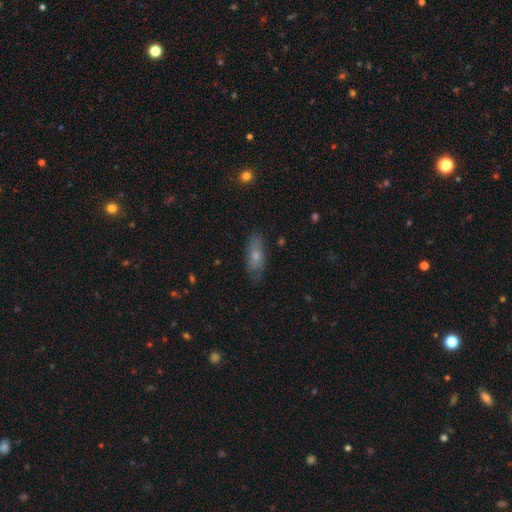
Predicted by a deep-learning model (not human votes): A smooth galaxy with no disk features (67%) that is in between round and cigar-shaped (71%).

Vote fractions:
- Smooth or featured? smooth: 67% / featured or disk: 25% / star or artifact: 8%
- How rounded? in between: 71% / cigar-shaped: 26% / round: 3%
- Merging? none: 75% / minor disturbance: 19% / major disturbance: 4% / merger: 2%